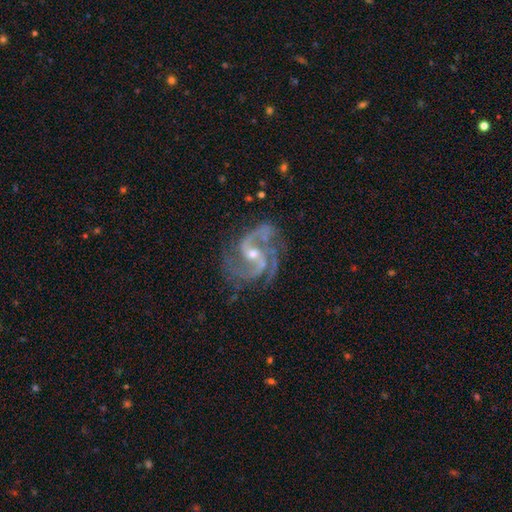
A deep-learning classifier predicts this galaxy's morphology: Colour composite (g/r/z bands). It shows a featured or disk galaxy (91%) with a weak bar (42%), 2 (60%) medium (60%) spiral arms (98%) and a small central bulge (52%). Merging: none (71%).